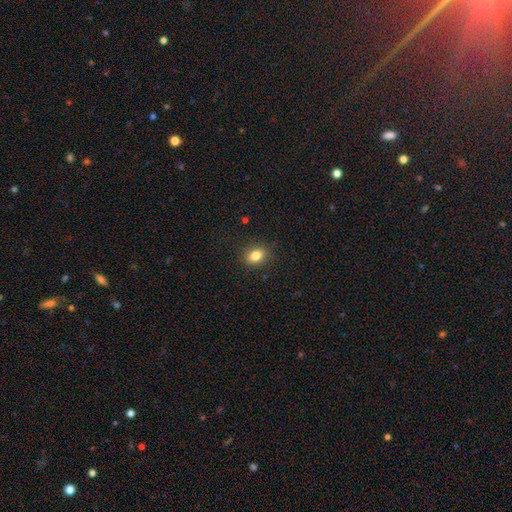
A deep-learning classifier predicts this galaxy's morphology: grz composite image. It shows a smooth galaxy with no disk features (82%) that is in between round and cigar-shaped (67%). Merging: none (88%).